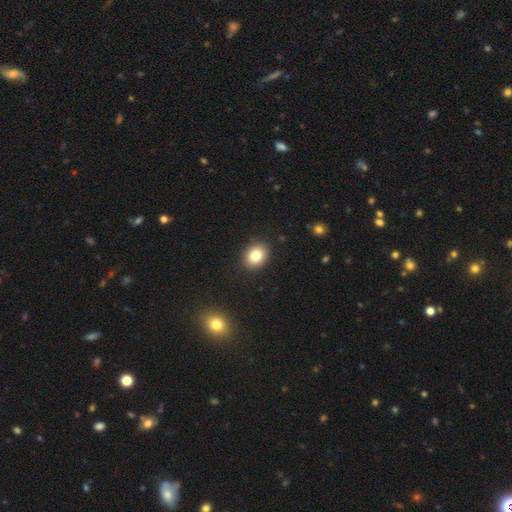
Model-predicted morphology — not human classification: This appears to be a smooth galaxy with no disk features (82%) that is in between round and cigar-shaped (52%). Merging: none (89%).